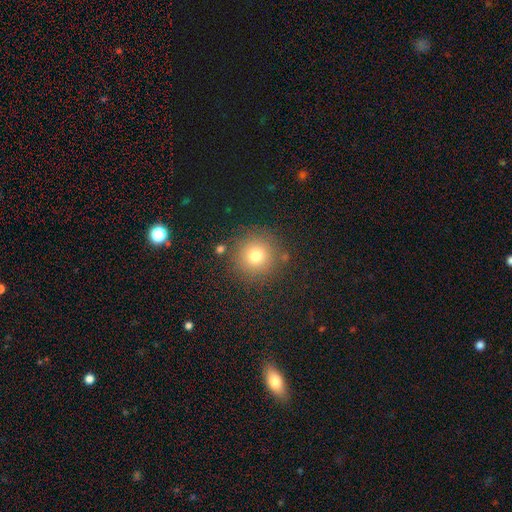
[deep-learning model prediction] Morphology: type=smooth (75%); roundness=round (95%); merging=none (85%).